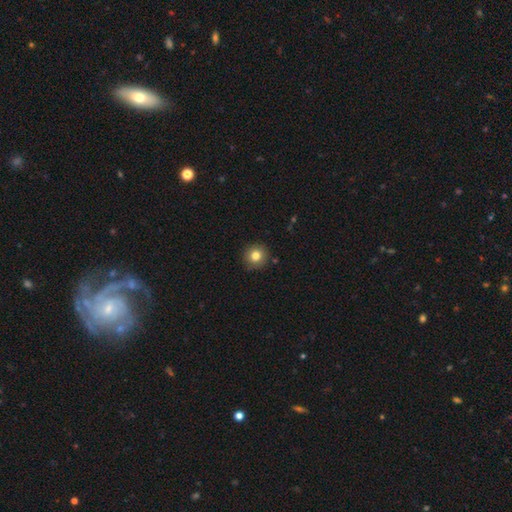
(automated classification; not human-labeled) A smooth galaxy with no disk features (81%) that is round (94%). Merging: none (90%).